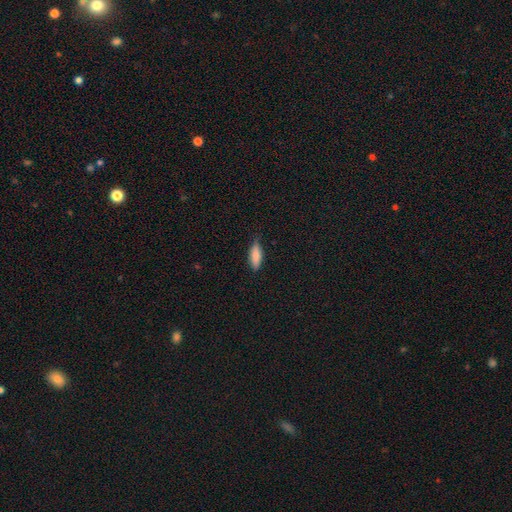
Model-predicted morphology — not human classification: A smooth galaxy with no disk features (82%) that is in between round and cigar-shaped (60%). Merging: none (76%).